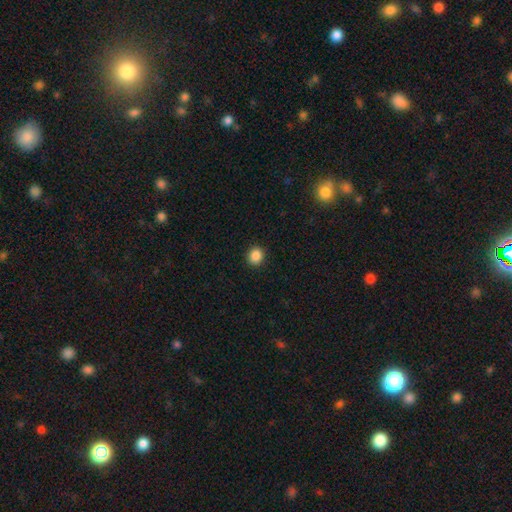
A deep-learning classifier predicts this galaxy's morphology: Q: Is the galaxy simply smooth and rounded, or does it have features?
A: smooth — 87%.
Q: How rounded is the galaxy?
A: round — 78%.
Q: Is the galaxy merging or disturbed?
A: none — 92%.